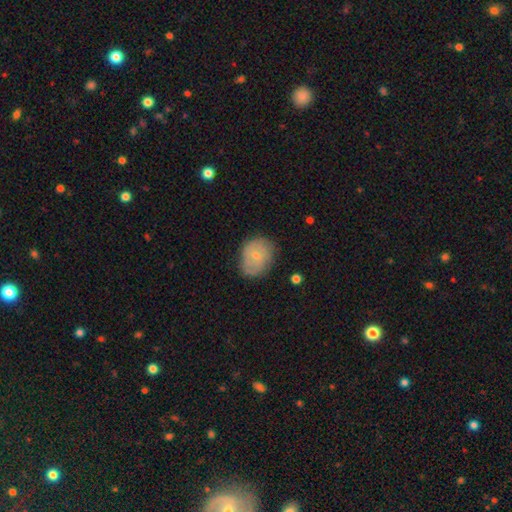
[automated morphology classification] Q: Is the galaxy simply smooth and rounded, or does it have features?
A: featured or disk — 50%.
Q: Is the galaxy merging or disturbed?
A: none — 70%.